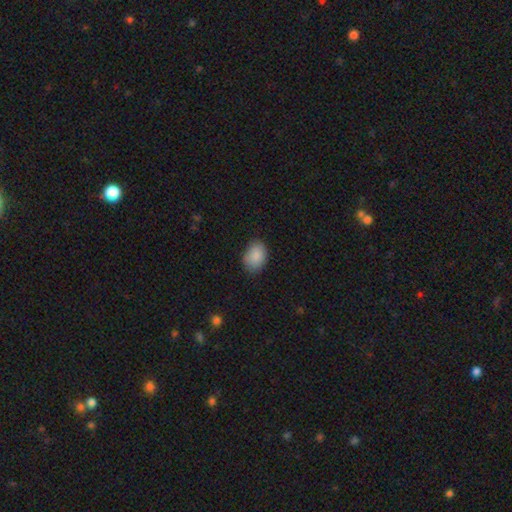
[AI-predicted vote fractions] Smooth or featured: smooth — 88% (star or artifact — 7%)
How rounded: in between — 79% (round — 20%)
Merging: none — 79% (minor disturbance — 16%)